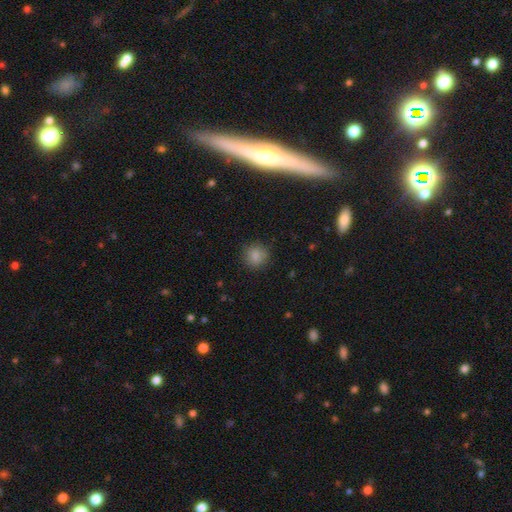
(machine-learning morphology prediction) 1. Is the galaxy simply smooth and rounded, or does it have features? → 85% smooth, 10% star or artifact, 5% featured or disk.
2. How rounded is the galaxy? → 89% round, 10% in between, 1% cigar-shaped.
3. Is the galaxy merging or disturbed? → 86% none, 10% minor disturbance, 3% major disturbance, 1% merger.